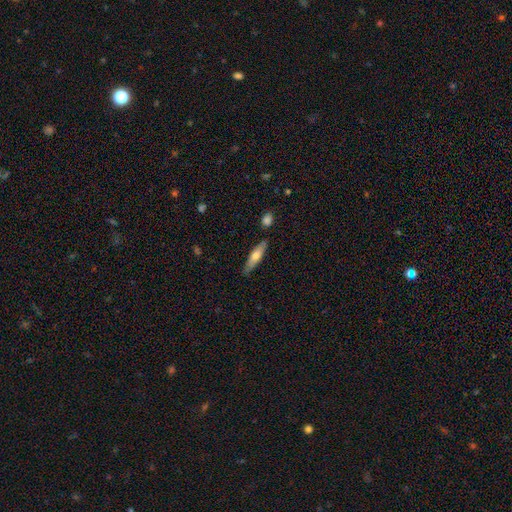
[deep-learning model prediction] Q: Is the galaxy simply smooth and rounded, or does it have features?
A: smooth — 60%.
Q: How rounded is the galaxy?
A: cigar-shaped — 74%.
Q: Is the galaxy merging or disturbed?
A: none — 80%.